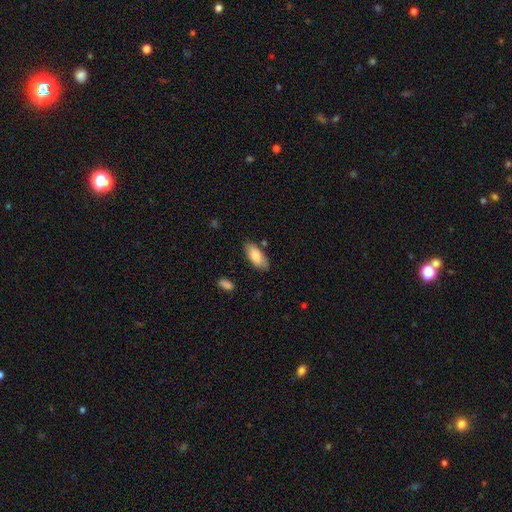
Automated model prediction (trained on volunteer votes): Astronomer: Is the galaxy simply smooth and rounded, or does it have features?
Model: smooth — 82%.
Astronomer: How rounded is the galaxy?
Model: in between — 87%.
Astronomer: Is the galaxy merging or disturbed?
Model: none — 78%.